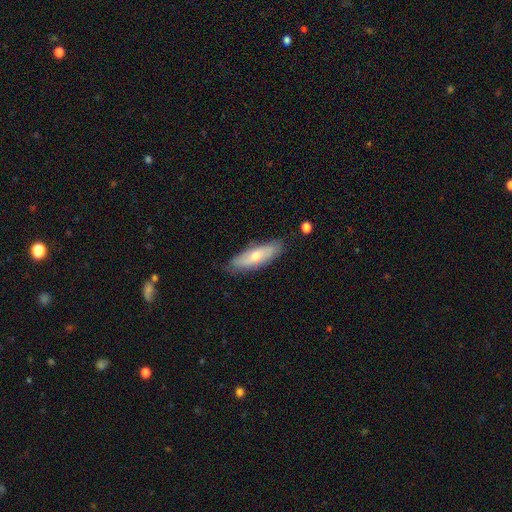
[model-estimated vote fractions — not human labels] The model was most divided on "how rounded": in between: 51%, cigar-shaped: 47%, round: 2%. More confident: merging — none (81%); smooth or featured — smooth (57%).